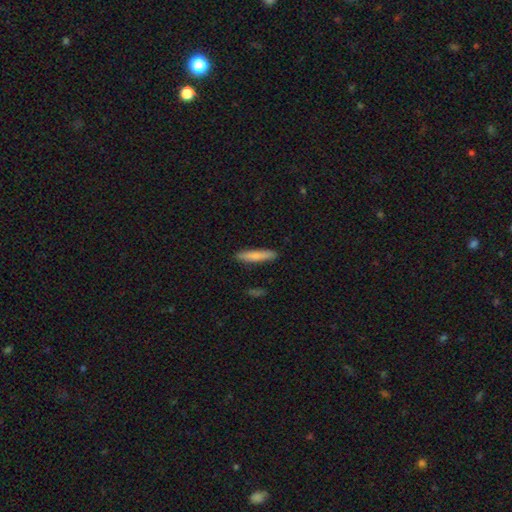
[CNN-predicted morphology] smooth_or_featured: smooth (p=0.80) [alt: featured or disk p=0.14]
how_rounded: cigar-shaped (p=0.88) [alt: in between p=0.10]
merging: none (p=0.90) [alt: minor disturbance p=0.07]